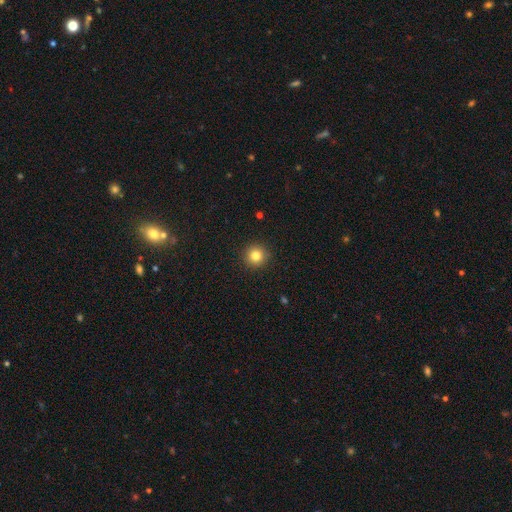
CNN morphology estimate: Overall: smooth (82%). How rounded: round (95%). Merging: none (92%).